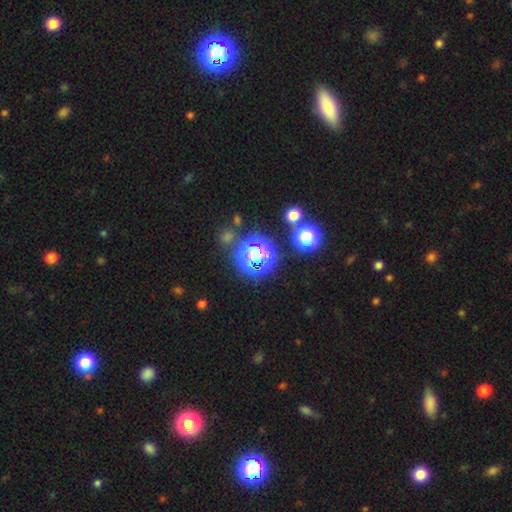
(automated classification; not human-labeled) Smooth or featured?
  - star or artifact: 52% *
  - smooth: 36%
  - featured or disk: 12%